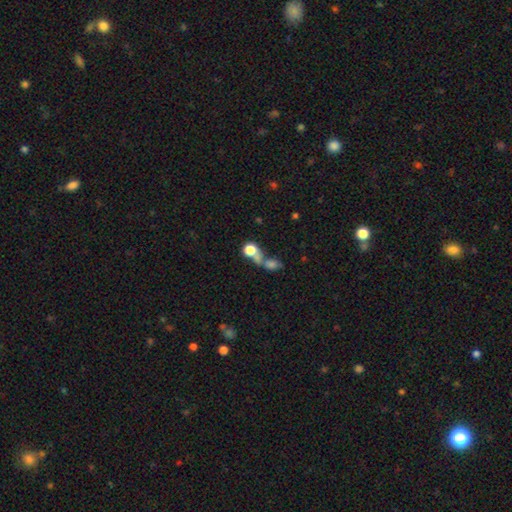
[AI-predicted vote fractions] A smooth galaxy with no disk features (53%) that is round (52%). Merging: merger (42%).